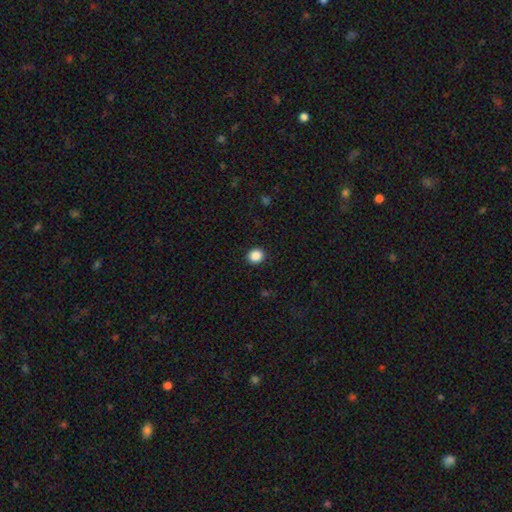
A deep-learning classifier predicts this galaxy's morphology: Q: Smooth or featured?
A: smooth (88%); runner-up: star or artifact (10%)
Q: How rounded?
A: round (83%); runner-up: in between (16%)
Q: Merging?
A: none (92%); runner-up: minor disturbance (5%)